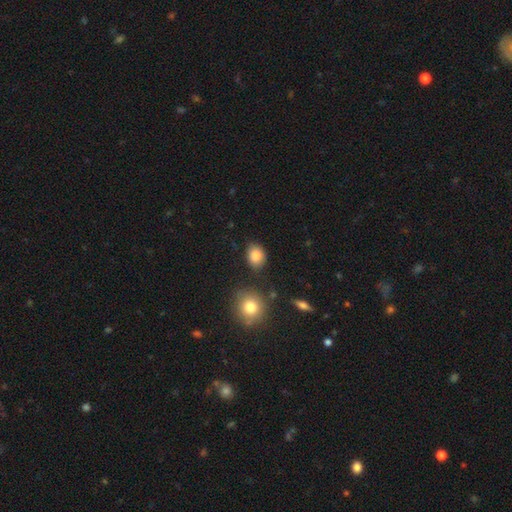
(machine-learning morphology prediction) Q: Smooth or featured?
A: smooth (85%); runner-up: star or artifact (9%)
Q: How rounded?
A: in between (55%); runner-up: round (44%)
Q: Merging?
A: none (81%); runner-up: minor disturbance (12%)